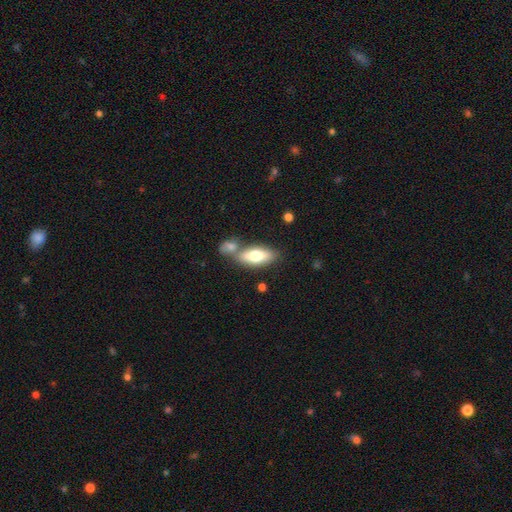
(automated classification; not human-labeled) Q: Smooth or featured?
A: smooth (70%); runner-up: featured or disk (24%)
Q: How rounded?
A: in between (80%); runner-up: cigar-shaped (17%)
Q: Merging?
A: none (53%); runner-up: merger (31%)